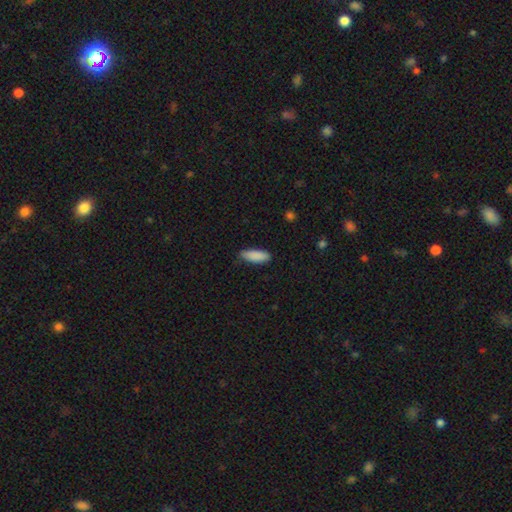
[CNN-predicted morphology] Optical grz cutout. It shows a smooth galaxy with no disk features (89%) that is in between round and cigar-shaped (66%). Merging: none (81%).